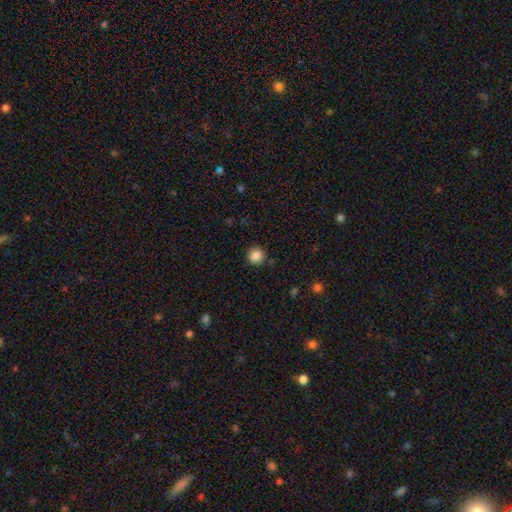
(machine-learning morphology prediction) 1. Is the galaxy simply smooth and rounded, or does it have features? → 86% smooth, 10% star or artifact, 4% featured or disk.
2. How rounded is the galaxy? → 94% round, 5% in between, 1% cigar-shaped.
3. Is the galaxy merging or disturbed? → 90% none, 7% minor disturbance, 2% major disturbance, 2% merger.